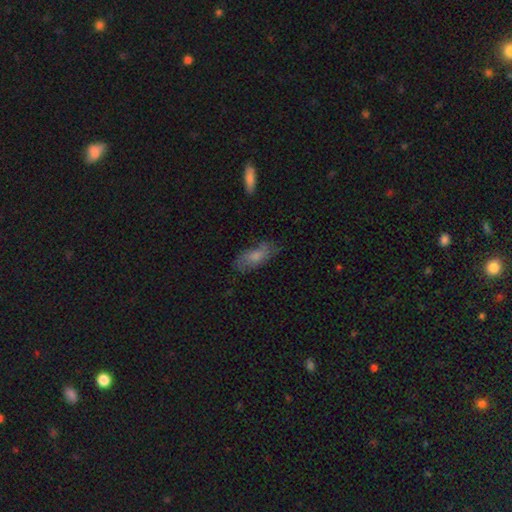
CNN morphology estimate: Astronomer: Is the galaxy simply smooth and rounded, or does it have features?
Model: smooth — 63%.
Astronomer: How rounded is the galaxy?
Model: in between — 80%.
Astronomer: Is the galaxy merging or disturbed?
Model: none — 64%.